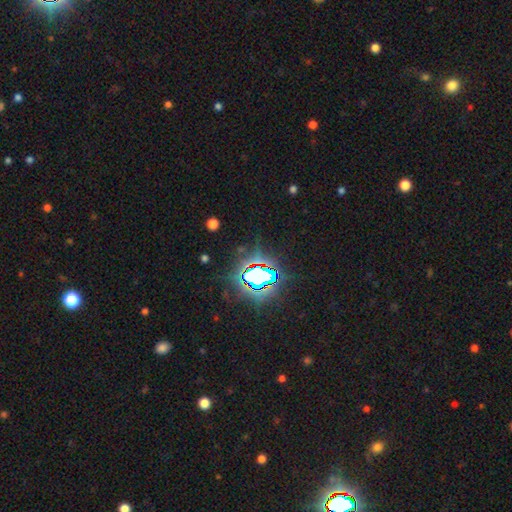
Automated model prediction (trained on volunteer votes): The model was most divided on "smooth or featured": star or artifact: 86%, smooth: 8%, featured or disk: 6%.